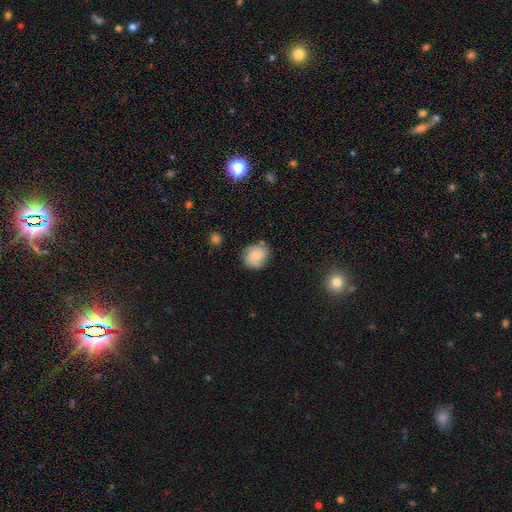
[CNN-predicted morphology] Smooth or featured?
  - smooth: 67% *
  - featured or disk: 24%
  - star or artifact: 9%
How rounded?
  - round: 69% *
  - in between: 30%
  - cigar-shaped: 1%
Merging?
  - none: 76% *
  - minor disturbance: 17%
  - major disturbance: 5%
  - merger: 2%